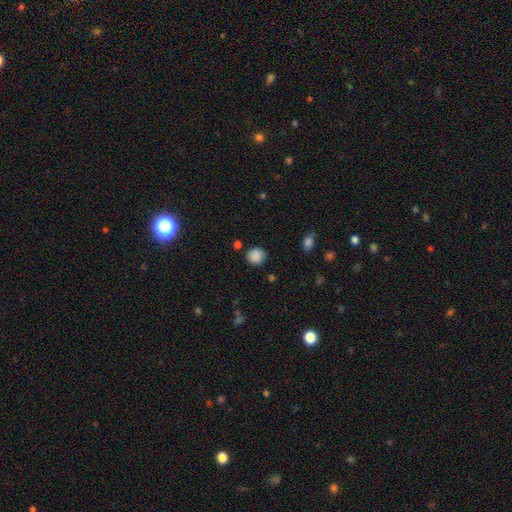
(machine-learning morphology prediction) The model was most divided on "merging": none: 82%, minor disturbance: 12%, major disturbance: 3%, merger: 3%. More confident: smooth or featured — smooth (87%); how rounded — round (85%).